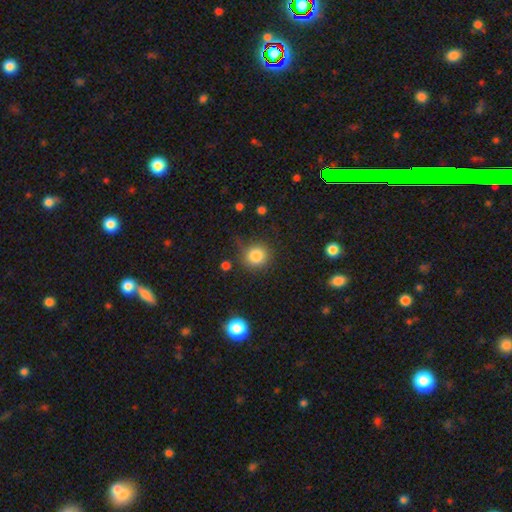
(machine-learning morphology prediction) This is clearly a smooth galaxy (84%). How rounded: clearly round (90%). Merging: likely none (79%).